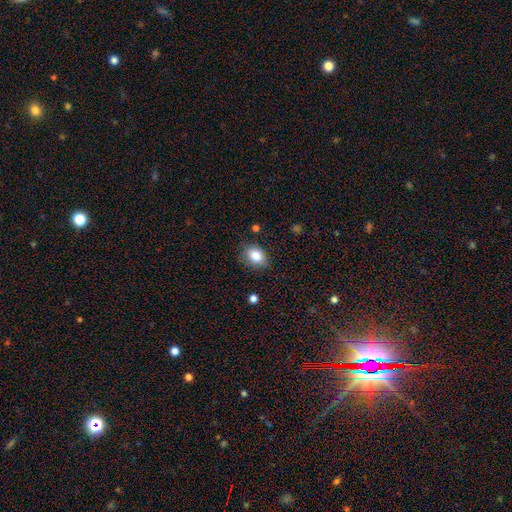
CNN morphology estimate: This appears to be a smooth galaxy with no disk features (84%) that is in between round and cigar-shaped (68%). Merging: none (79%).